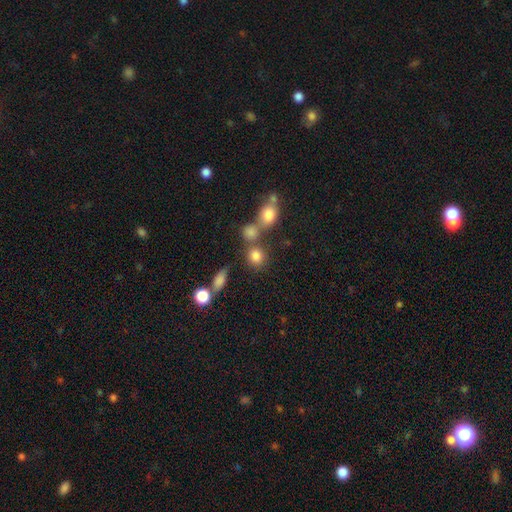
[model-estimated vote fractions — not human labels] This appears to be a smooth galaxy with no disk features (81%) that is round (76%). Merging: none (58%).